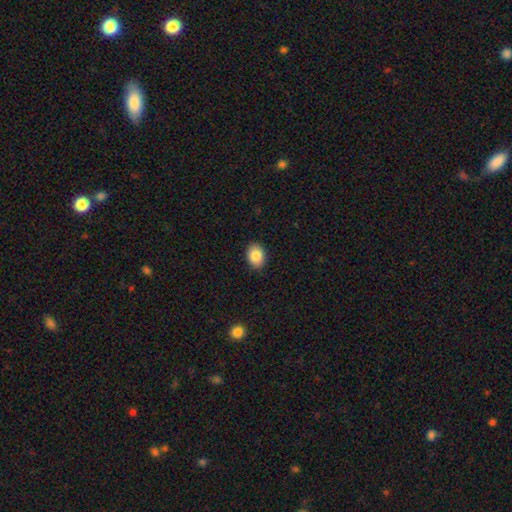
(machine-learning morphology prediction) Overall: smooth (87%). How rounded: in between (72%). Merging: none (90%).